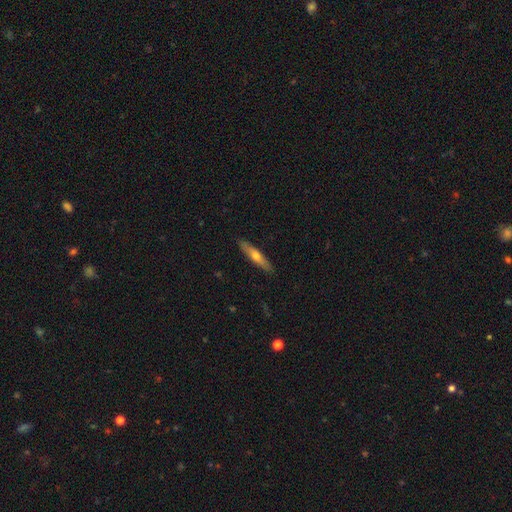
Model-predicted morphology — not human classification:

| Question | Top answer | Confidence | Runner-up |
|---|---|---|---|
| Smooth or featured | featured or disk | 49% | smooth (45%) |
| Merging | none | 90% | minor disturbance (7%) |